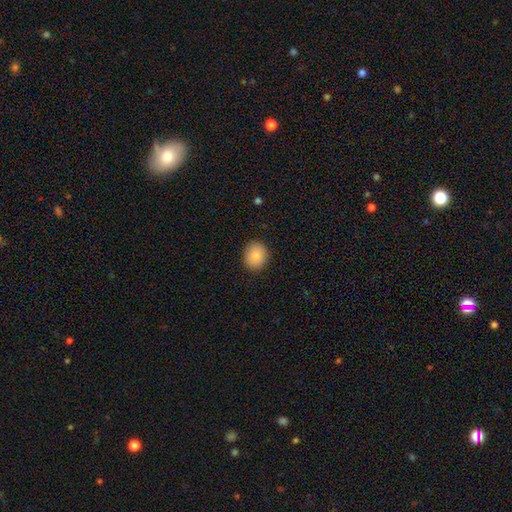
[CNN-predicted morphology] Smooth or featured? smooth (89%)
How rounded? round (70%)
Merging? none (90%)